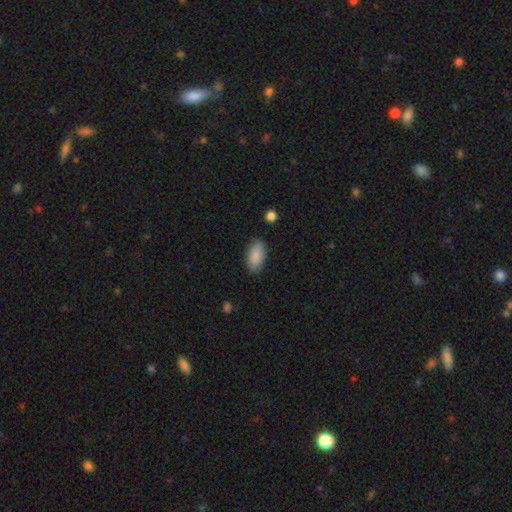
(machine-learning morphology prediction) smooth-or-featured: smooth: 88% | star or artifact: 6% | featured or disk: 6%
  how-rounded: in between: 94% | cigar-shaped: 4% | round: 3%
  merging: none: 84% | minor disturbance: 12% | major disturbance: 3% | merger: 1%